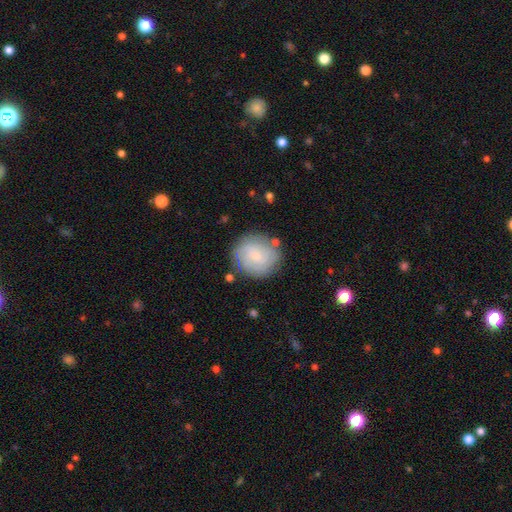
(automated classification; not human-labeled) smooth 47%, featured or disk 45%, star or artifact 8%. Down the decision tree: merging — none (79%).